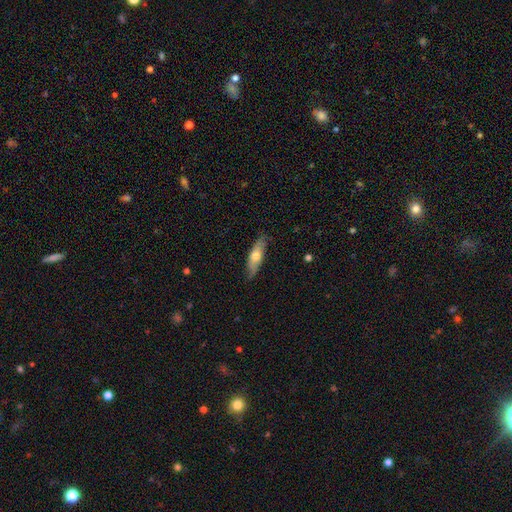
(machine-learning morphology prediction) type=smooth (57%); roundness=in between (52%); merging=none (77%).